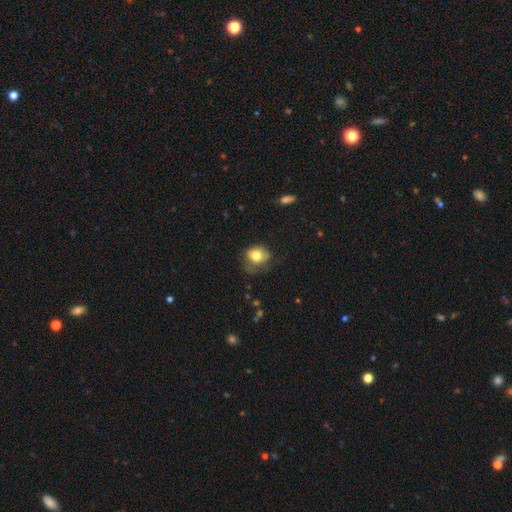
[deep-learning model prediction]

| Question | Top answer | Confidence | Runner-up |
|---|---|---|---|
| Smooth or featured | smooth | 75% | featured or disk (16%) |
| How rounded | round | 60% | in between (39%) |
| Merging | none | 46% | minor disturbance (32%) |